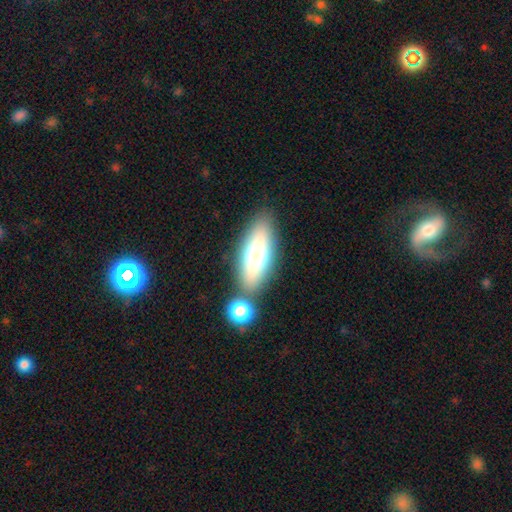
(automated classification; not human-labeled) A smooth galaxy with no disk features (73%) that is in between round and cigar-shaped (75%).

Vote fractions:
- Smooth or featured? smooth: 73% / featured or disk: 20% / star or artifact: 8%
- How rounded? in between: 75% / cigar-shaped: 22% / round: 3%
- Merging? none: 65% / merger: 22% / minor disturbance: 10% / major disturbance: 4%